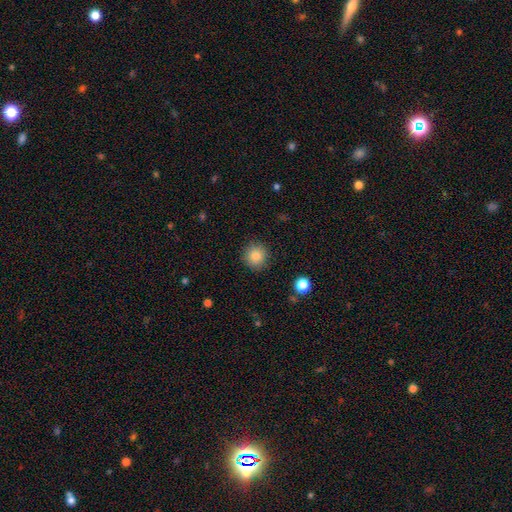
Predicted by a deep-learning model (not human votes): Smooth or featured? smooth (84%)
How rounded? round (93%)
Merging? none (89%)